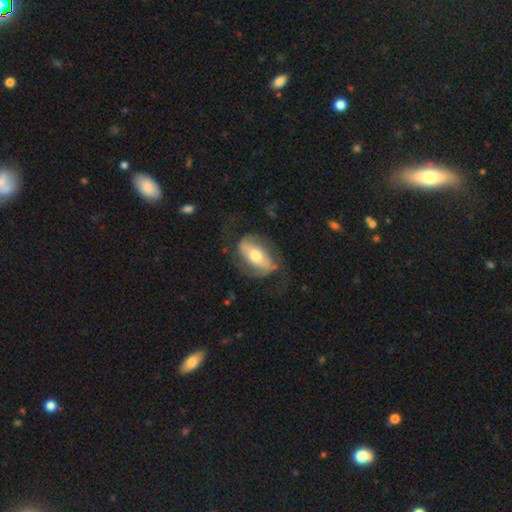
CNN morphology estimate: A featured or disk galaxy (69%) with a strong bar (48%), 2 (86%) medium (45%) spiral arms (80%) and a moderate central bulge (65%). Merging: none (66%).